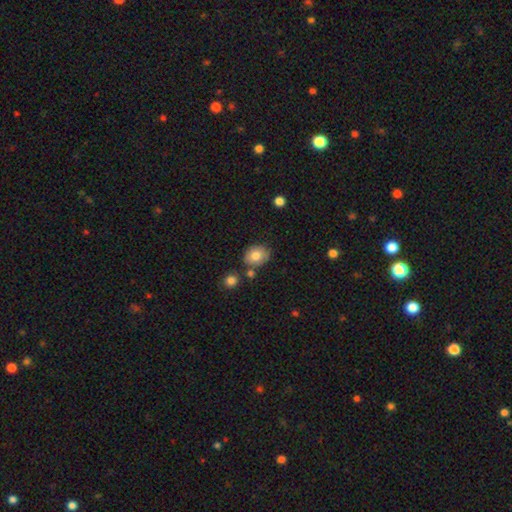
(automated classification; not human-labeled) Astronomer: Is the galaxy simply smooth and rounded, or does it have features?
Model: smooth — 78%.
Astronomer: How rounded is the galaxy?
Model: in between — 51% (runner-up: round, 48%).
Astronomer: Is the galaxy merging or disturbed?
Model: none — 71%.